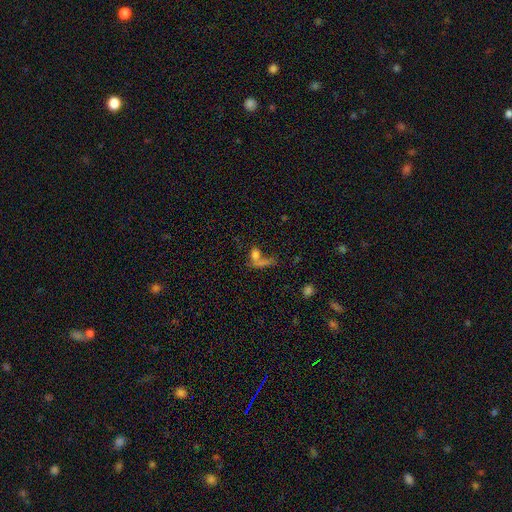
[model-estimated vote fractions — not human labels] smooth-or-featured: smooth: 42% | star or artifact: 32% | featured or disk: 27%
  merging: merger: 36% | none: 32% | major disturbance: 20% | minor disturbance: 12%